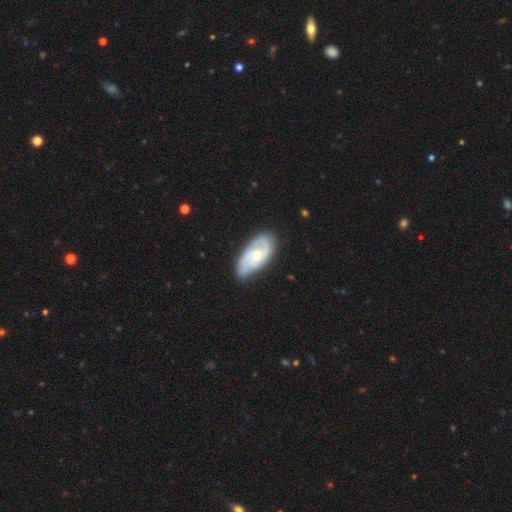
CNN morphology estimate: A featured or disk galaxy (80%) with no bar (62%), 2 (64%) medium (44%) spiral arms (96%) and a small central bulge (61%). Merging: none (72%).